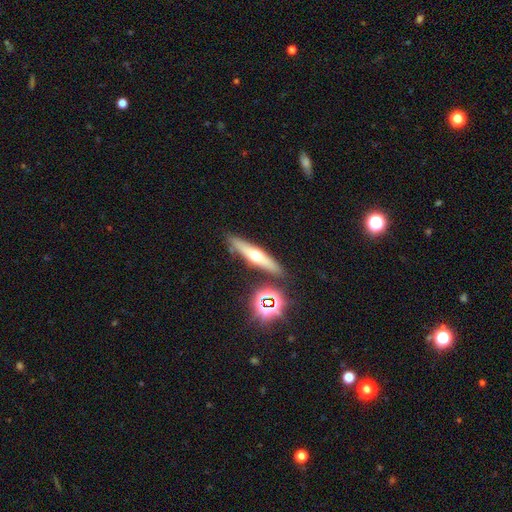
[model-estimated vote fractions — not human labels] Morphology: type=featured or disk (52%); edge-on=yes (90%); merging=none (86%).